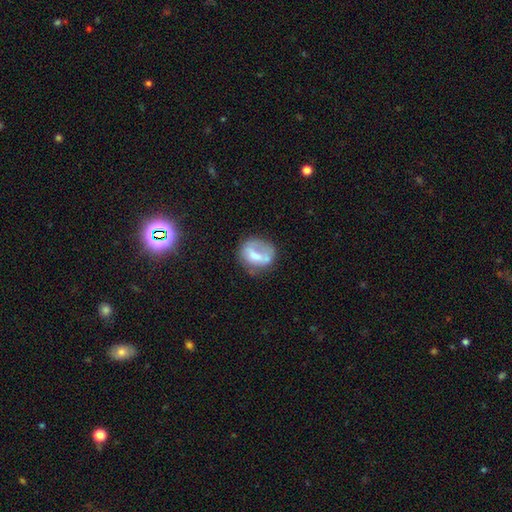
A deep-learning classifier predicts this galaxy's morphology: This is possibly a smooth galaxy (53%). How rounded: likely round (64%). Merging: marginally none (44%).